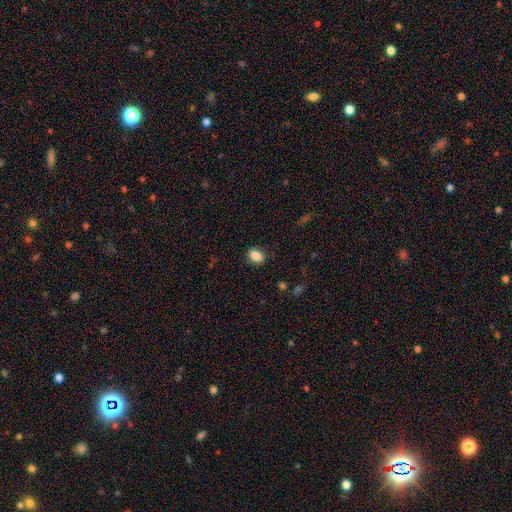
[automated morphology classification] Smooth or featured? smooth (85%)
How rounded? in between (73%)
Merging? none (85%)